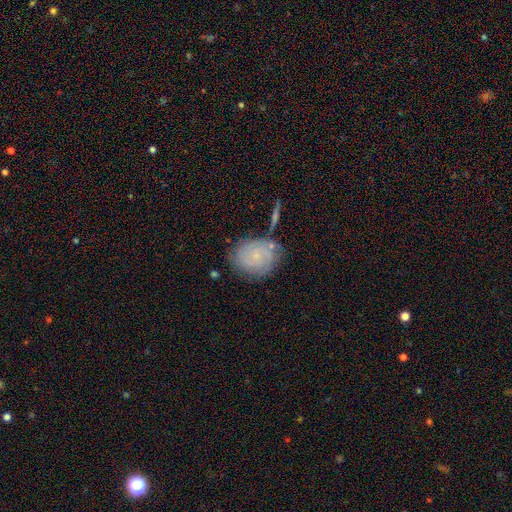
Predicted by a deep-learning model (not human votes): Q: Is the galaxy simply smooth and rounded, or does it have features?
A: featured or disk — 55%.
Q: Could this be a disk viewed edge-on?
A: no — 97%.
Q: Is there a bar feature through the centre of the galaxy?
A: no — 76%.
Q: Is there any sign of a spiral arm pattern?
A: yes — 88%.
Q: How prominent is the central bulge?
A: small — 76%.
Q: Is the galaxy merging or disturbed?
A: none — 68%.